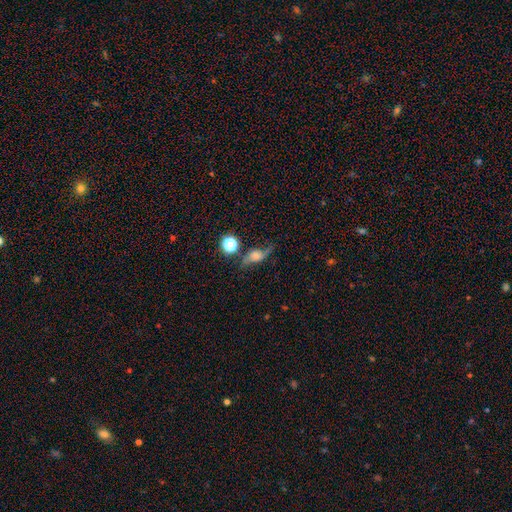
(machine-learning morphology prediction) Smooth or featured? Predicted: featured or disk (p=0.46). Merging? Predicted: none (p=0.55).